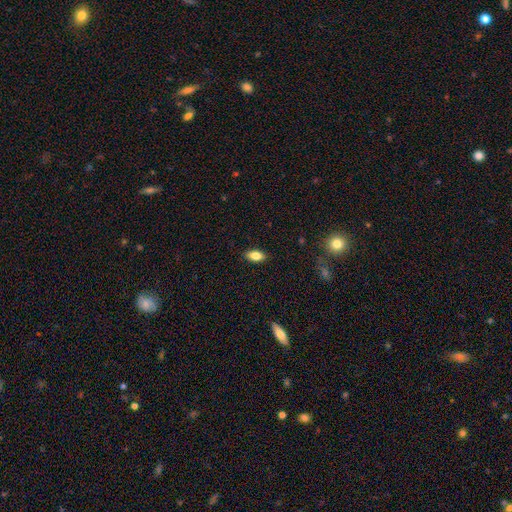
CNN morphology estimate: Smooth or featured? Predicted: smooth (p=0.82). How rounded? Predicted: in between (p=0.89). Merging? Predicted: none (p=0.88).